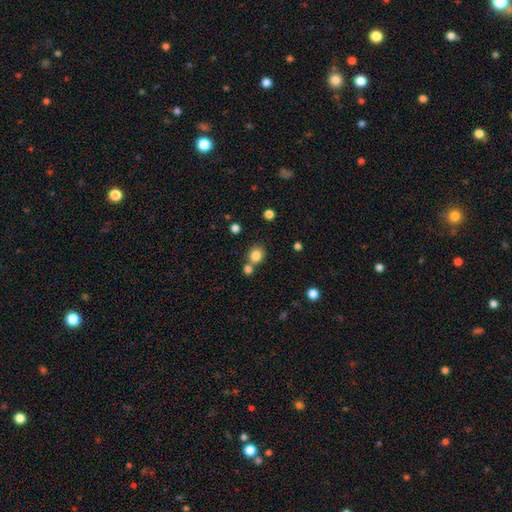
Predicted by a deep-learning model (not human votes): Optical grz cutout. It shows a smooth galaxy with no disk features (83%) that is round (82%). Merging: none (62%).